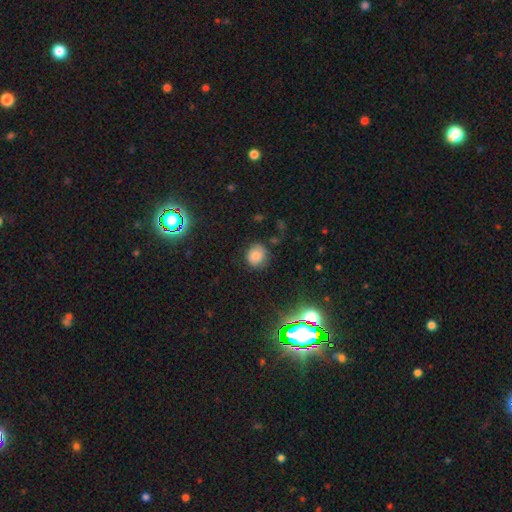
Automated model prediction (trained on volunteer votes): Q: Smooth or featured?
A: smooth (78%); runner-up: star or artifact (14%)
Q: How rounded?
A: round (79%); runner-up: in between (20%)
Q: Merging?
A: none (75%); runner-up: minor disturbance (18%)